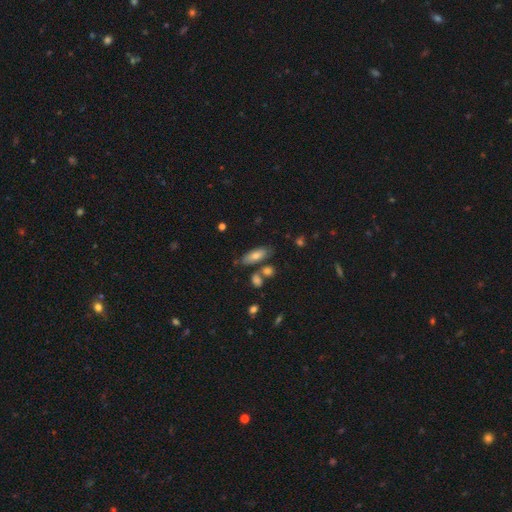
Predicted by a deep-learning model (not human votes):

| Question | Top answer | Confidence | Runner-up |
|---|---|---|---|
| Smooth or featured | smooth | 73% | featured or disk (19%) |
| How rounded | in between | 73% | cigar-shaped (24%) |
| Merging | none | 70% | minor disturbance (14%) |